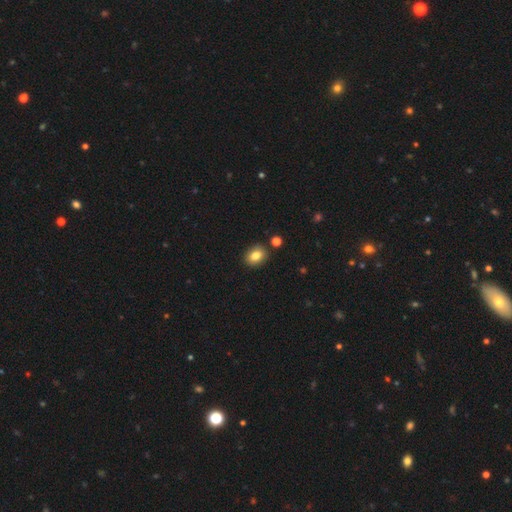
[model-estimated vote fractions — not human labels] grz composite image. It shows a smooth galaxy with no disk features (83%) that is in between round and cigar-shaped (60%). Merging: none (86%).